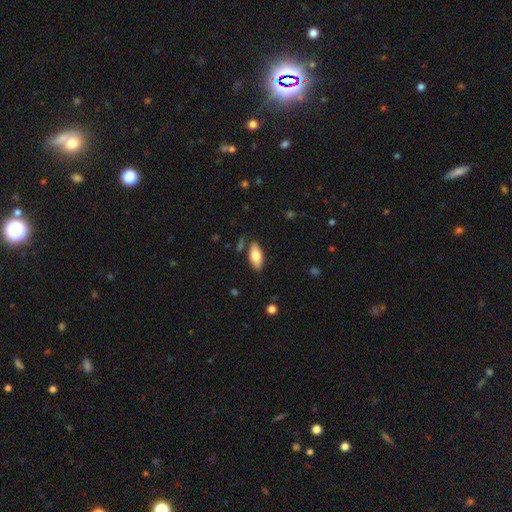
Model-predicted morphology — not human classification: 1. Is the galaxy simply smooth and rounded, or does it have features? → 79% smooth, 15% featured or disk, 6% star or artifact.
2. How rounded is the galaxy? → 88% in between, 10% cigar-shaped, 2% round.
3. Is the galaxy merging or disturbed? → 82% none, 12% minor disturbance, 4% merger, 3% major disturbance.